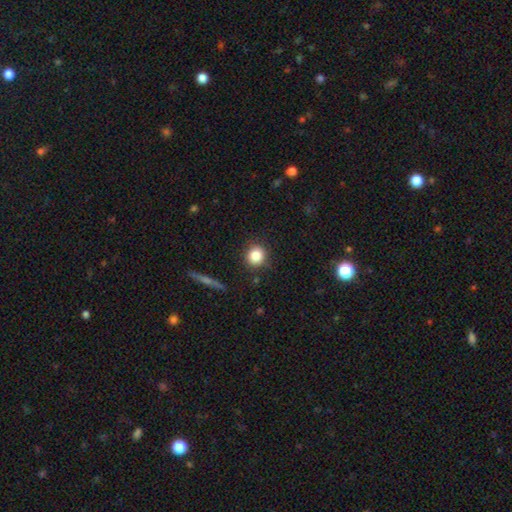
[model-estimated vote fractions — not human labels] Smooth or featured?
  - smooth: 84% *
  - star or artifact: 10%
  - featured or disk: 6%
How rounded?
  - round: 90% *
  - in between: 8%
  - cigar-shaped: 1%
Merging?
  - none: 88% *
  - minor disturbance: 8%
  - major disturbance: 2%
  - merger: 2%